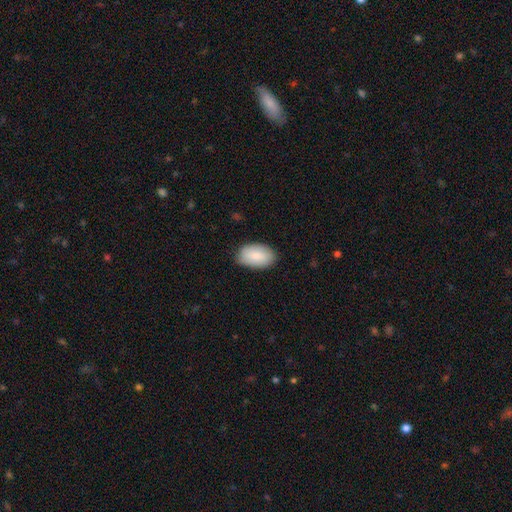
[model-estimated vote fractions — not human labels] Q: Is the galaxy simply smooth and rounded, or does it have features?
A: smooth — 83%.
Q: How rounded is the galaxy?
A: in between — 94%.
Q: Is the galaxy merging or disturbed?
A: none — 84%.